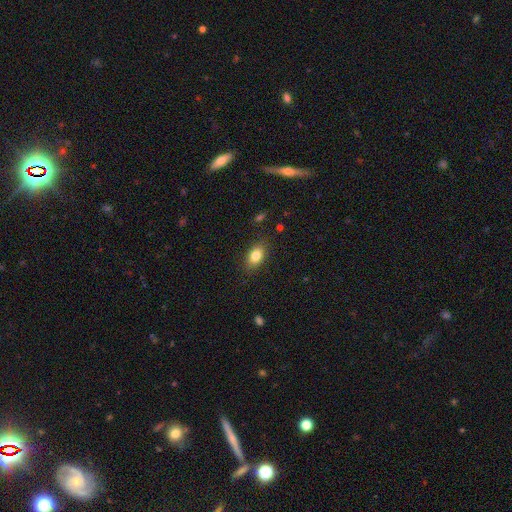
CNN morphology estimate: Smooth or featured?
  - smooth: 82% *
  - featured or disk: 9%
  - star or artifact: 8%
How rounded?
  - in between: 85% *
  - round: 12%
  - cigar-shaped: 3%
Merging?
  - none: 85% *
  - minor disturbance: 11%
  - major disturbance: 3%
  - merger: 1%